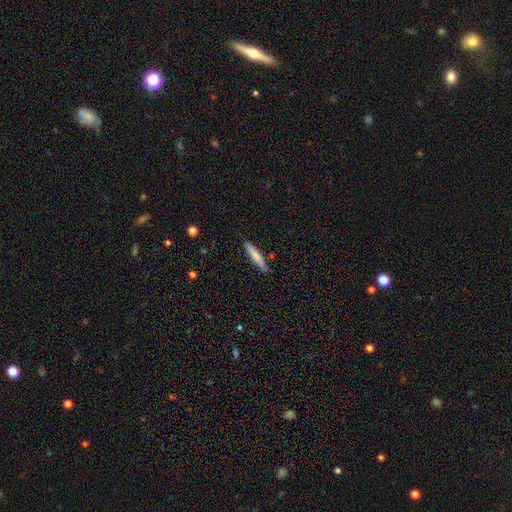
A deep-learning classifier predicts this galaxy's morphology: Q: Smooth or featured?
A: smooth (73%); runner-up: featured or disk (22%)
Q: How rounded?
A: cigar-shaped (88%); runner-up: in between (10%)
Q: Merging?
A: none (84%); runner-up: minor disturbance (12%)